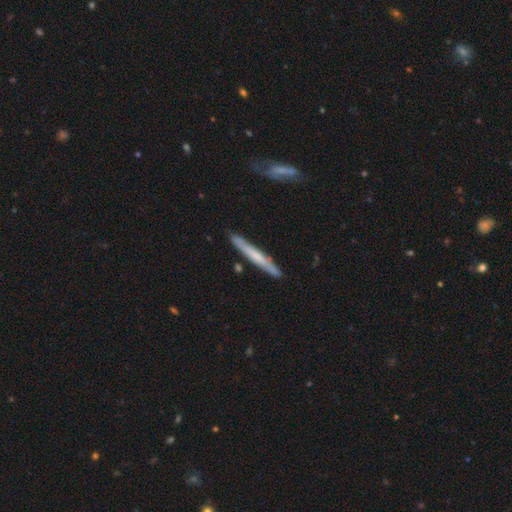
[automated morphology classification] Smooth or featured?
  - smooth: 50% *
  - featured or disk: 44%
  - star or artifact: 6%
How rounded?
  - cigar-shaped: 96% *
  - in between: 3%
  - round: 1%
Merging?
  - none: 86% *
  - minor disturbance: 10%
  - merger: 2%
  - major disturbance: 2%